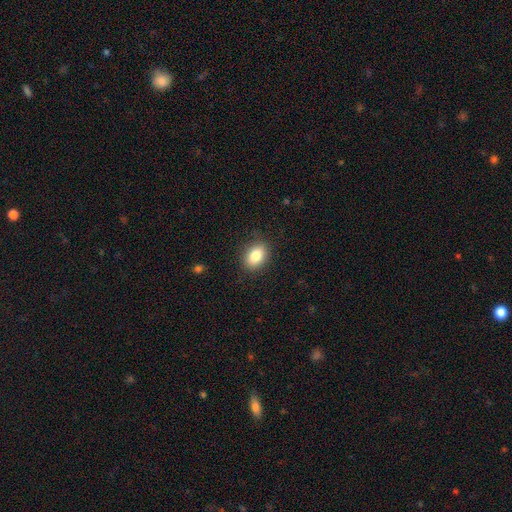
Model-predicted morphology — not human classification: The model was most divided on "how rounded": in between: 77%, round: 22%, cigar-shaped: 1%. More confident: merging — none (87%); smooth or featured — smooth (84%).